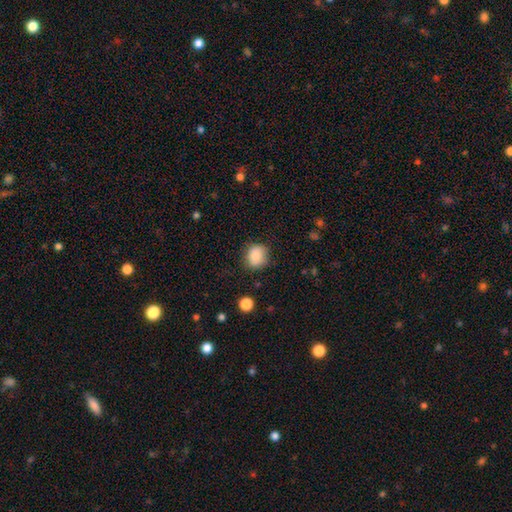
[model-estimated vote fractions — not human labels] A smooth galaxy with no disk features (85%) that is round (70%).

Vote fractions:
- Smooth or featured? smooth: 85% / star or artifact: 9% / featured or disk: 6%
- How rounded? round: 70% / in between: 30% / cigar-shaped: 1%
- Merging? none: 77% / minor disturbance: 17% / major disturbance: 4% / merger: 2%